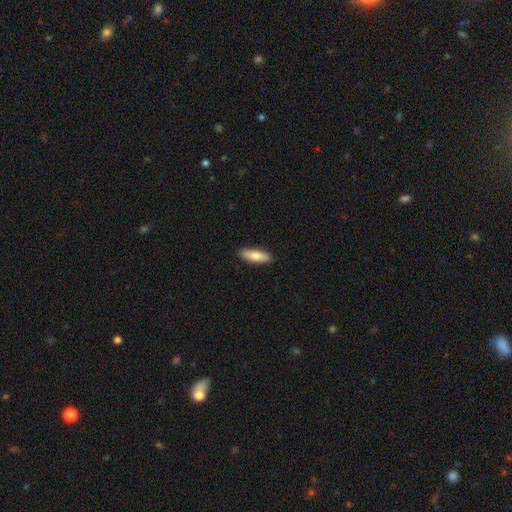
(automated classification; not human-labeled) smooth-or-featured: smooth: 78% | featured or disk: 17% | star or artifact: 5%
  how-rounded: cigar-shaped: 50% | in between: 48% | round: 2%
  merging: none: 90% | minor disturbance: 8% | major disturbance: 2% | merger: 1%